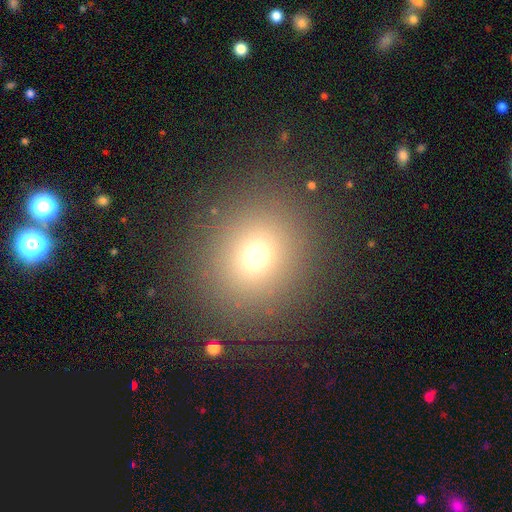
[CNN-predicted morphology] smooth-or-featured: smooth: 69% | star or artifact: 22% | featured or disk: 9%
  how-rounded: round: 85% | in between: 14% | cigar-shaped: 1%
  merging: none: 88% | minor disturbance: 6% | major disturbance: 4% | merger: 2%